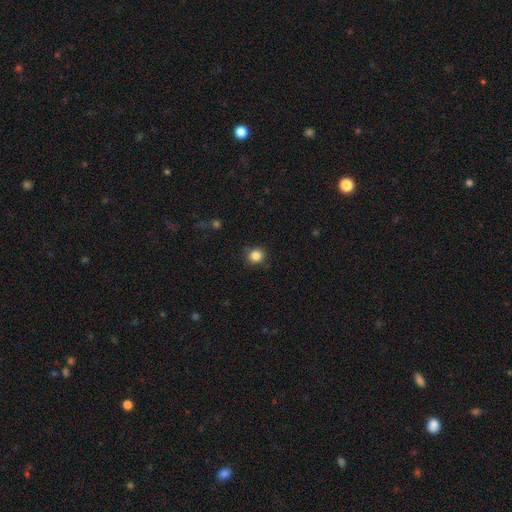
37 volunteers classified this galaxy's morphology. Smooth or featured: smooth — 92% (featured or disk — 5%)
How rounded: round — 94% (in between — 6%)
Merging: none — 89% (minor disturbance — 8%)